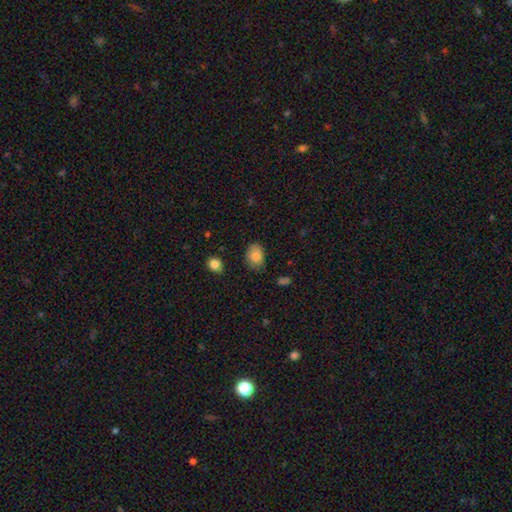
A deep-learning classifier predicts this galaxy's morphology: Smooth or featured: smooth — 84% (star or artifact — 9%)
How rounded: in between — 71% (round — 28%)
Merging: none — 71% (minor disturbance — 23%)